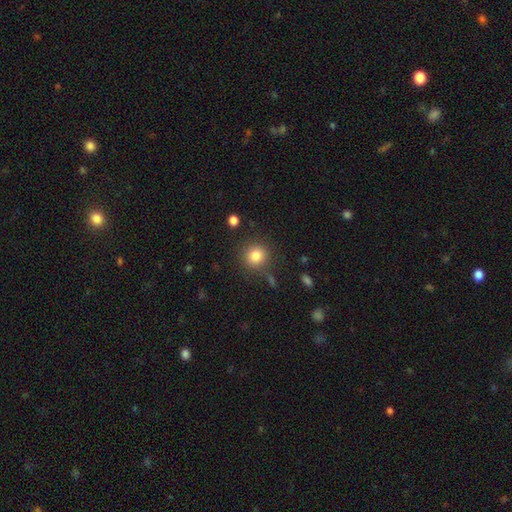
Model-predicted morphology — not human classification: Smooth or featured?
  - smooth: 82% *
  - star or artifact: 11%
  - featured or disk: 7%
How rounded?
  - round: 91% *
  - in between: 8%
  - cigar-shaped: 1%
Merging?
  - none: 84% *
  - minor disturbance: 9%
  - major disturbance: 4%
  - merger: 3%